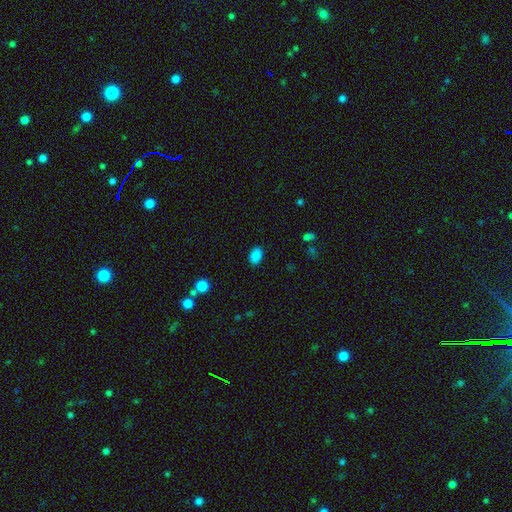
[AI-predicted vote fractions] Smooth or featured?
  - smooth: 87% *
  - star or artifact: 10%
  - featured or disk: 3%
How rounded?
  - in between: 86% *
  - round: 12%
  - cigar-shaped: 1%
Merging?
  - none: 87% *
  - minor disturbance: 9%
  - major disturbance: 2%
  - merger: 1%